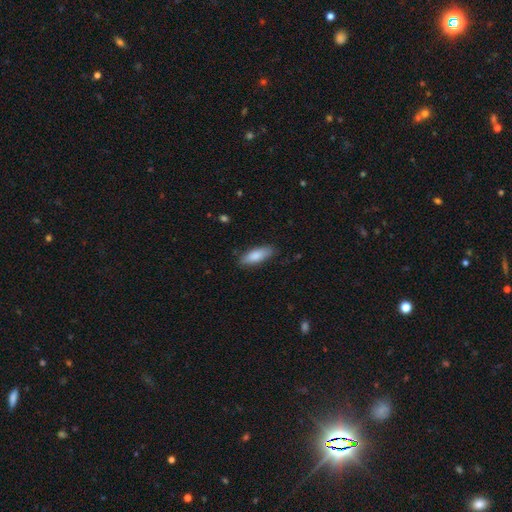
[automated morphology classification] A smooth galaxy with no disk features (82%) that is in between round and cigar-shaped (63%). Merging: none (84%).